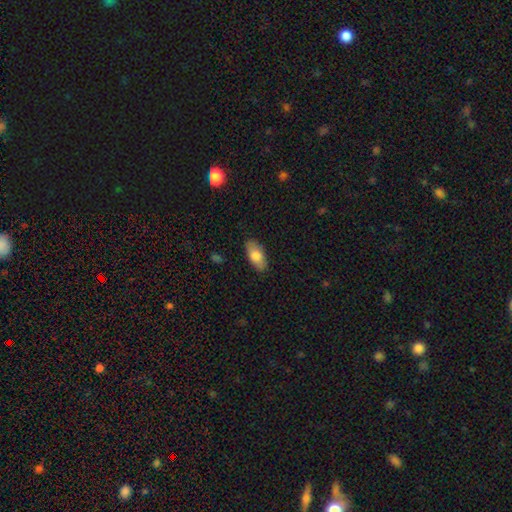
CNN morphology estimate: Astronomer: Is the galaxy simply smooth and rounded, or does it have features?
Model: smooth — 77%.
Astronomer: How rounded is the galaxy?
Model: in between — 91%.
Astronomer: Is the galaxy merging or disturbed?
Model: none — 86%.